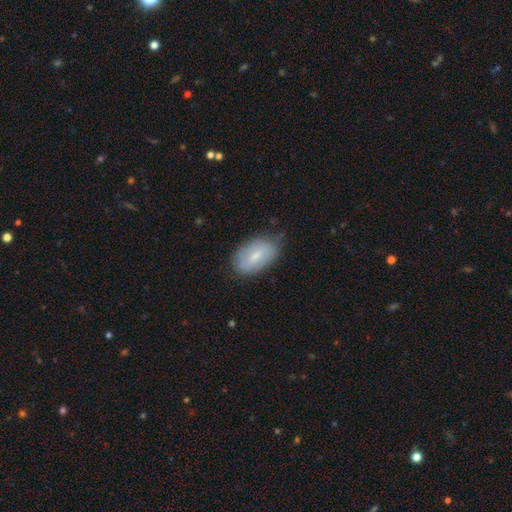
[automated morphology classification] Q: Smooth or featured?
A: smooth (56%); runner-up: featured or disk (37%)
Q: How rounded?
A: in between (92%); runner-up: round (6%)
Q: Merging?
A: none (70%); runner-up: minor disturbance (24%)